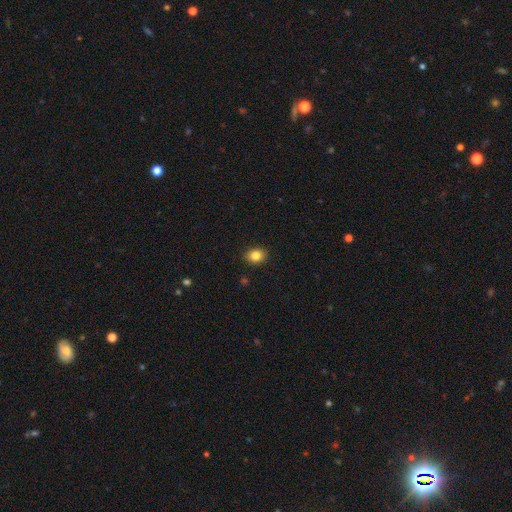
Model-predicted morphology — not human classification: Smooth or featured? smooth (84%)
How rounded? round (52%)
Merging? none (90%)